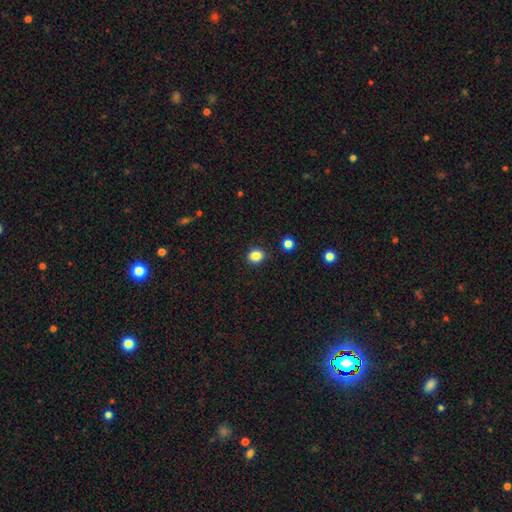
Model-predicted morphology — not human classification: This appears to be a smooth galaxy with no disk features (85%) that is round (68%). Merging: none (89%).